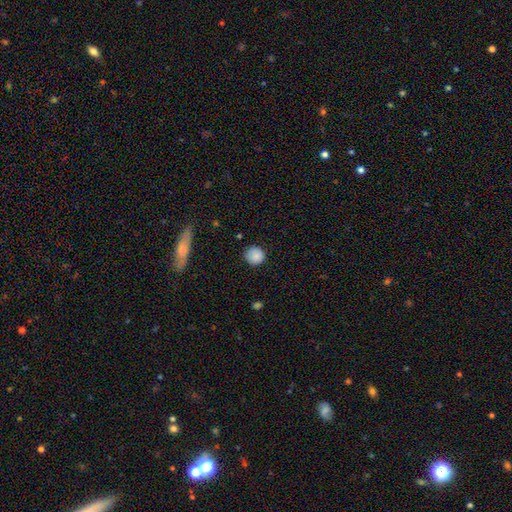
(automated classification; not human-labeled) smooth-or-featured: smooth: 87% | star or artifact: 9% | featured or disk: 5%
  how-rounded: round: 91% | in between: 8% | cigar-shaped: 1%
  merging: none: 83% | minor disturbance: 13% | major disturbance: 3% | merger: 1%